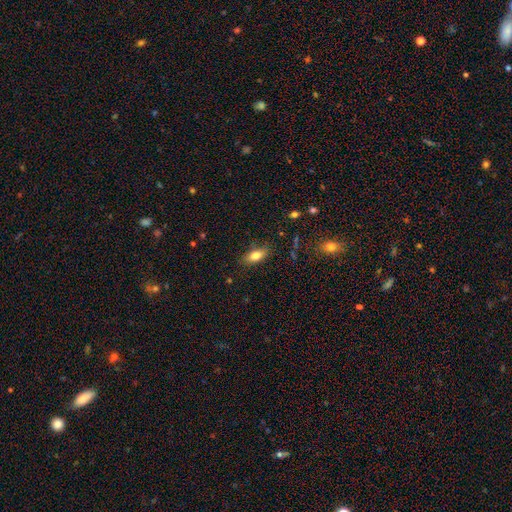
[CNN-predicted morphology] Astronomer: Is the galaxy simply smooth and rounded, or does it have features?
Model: smooth — 79%.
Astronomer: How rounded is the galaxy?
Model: in between — 82%.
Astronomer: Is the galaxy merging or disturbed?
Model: none — 81%.